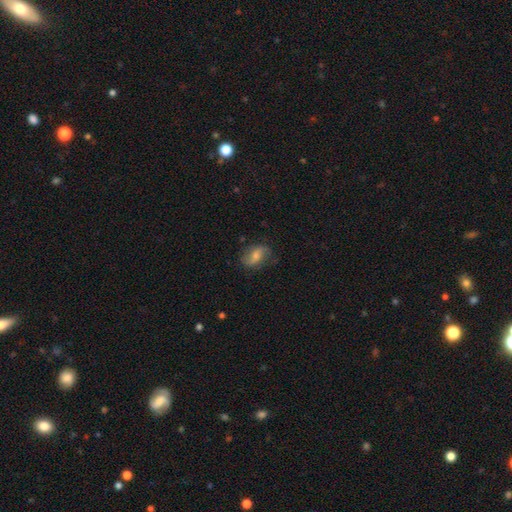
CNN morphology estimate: smooth-or-featured: smooth: 47% | featured or disk: 45% | star or artifact: 9%
  merging: none: 70% | minor disturbance: 21% | major disturbance: 7% | merger: 1%